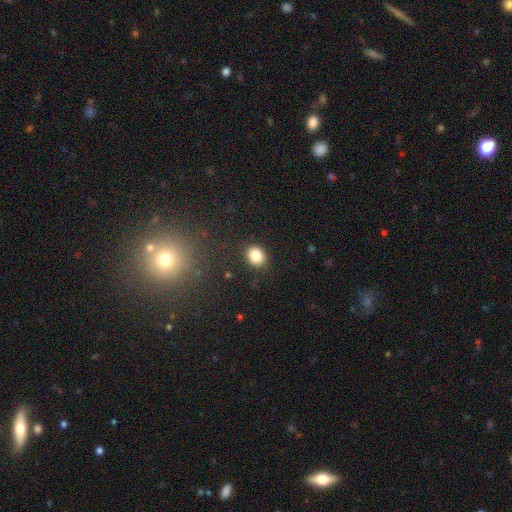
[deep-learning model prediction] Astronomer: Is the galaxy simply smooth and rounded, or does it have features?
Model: smooth — 85%.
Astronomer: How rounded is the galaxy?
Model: round — 56% (runner-up: in between, 43%).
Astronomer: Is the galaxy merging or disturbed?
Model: none — 87%.